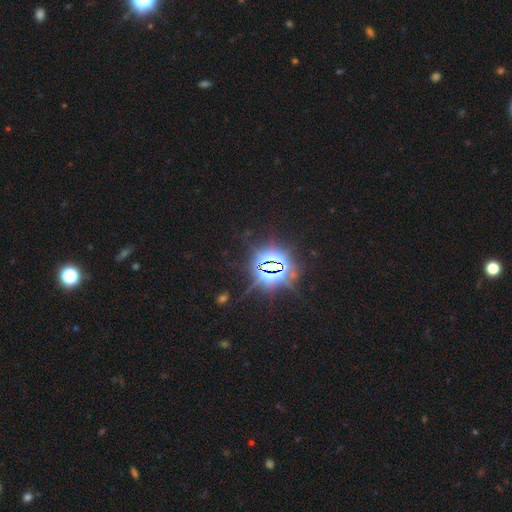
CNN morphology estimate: star or artifact 85%, smooth 9%, featured or disk 5%.